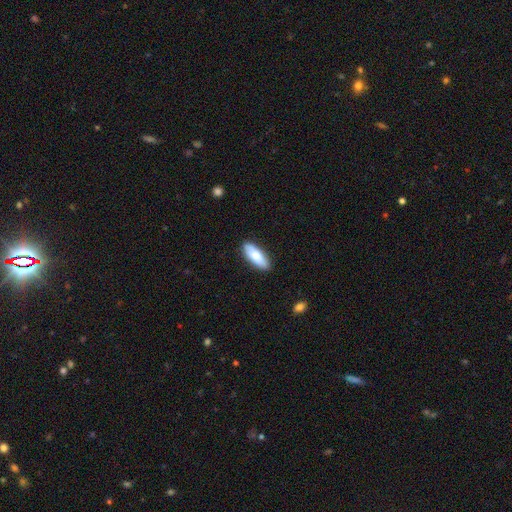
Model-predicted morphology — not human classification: This is likely a smooth galaxy (80%). How rounded: likely in between (73%). Merging: clearly none (88%).